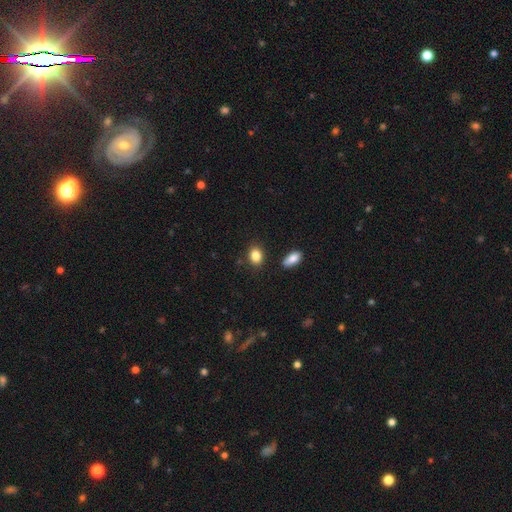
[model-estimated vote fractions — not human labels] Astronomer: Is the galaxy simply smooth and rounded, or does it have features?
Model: smooth — 85%.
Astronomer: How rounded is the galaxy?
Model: in between — 66%.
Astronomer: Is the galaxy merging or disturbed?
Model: none — 83%.